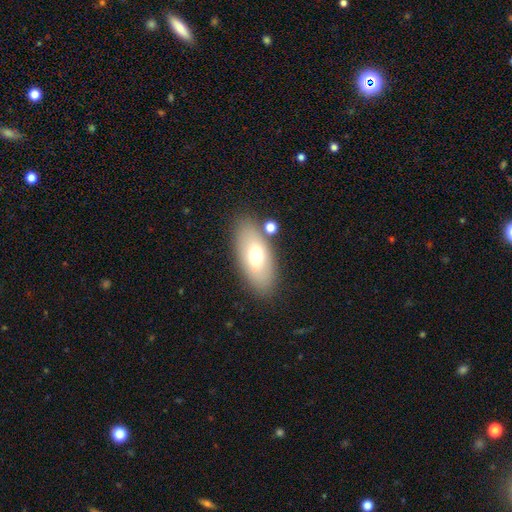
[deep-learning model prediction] Q: Smooth or featured?
A: smooth (67%); runner-up: featured or disk (25%)
Q: How rounded?
A: in between (88%); runner-up: cigar-shaped (8%)
Q: Merging?
A: none (80%); runner-up: minor disturbance (11%)